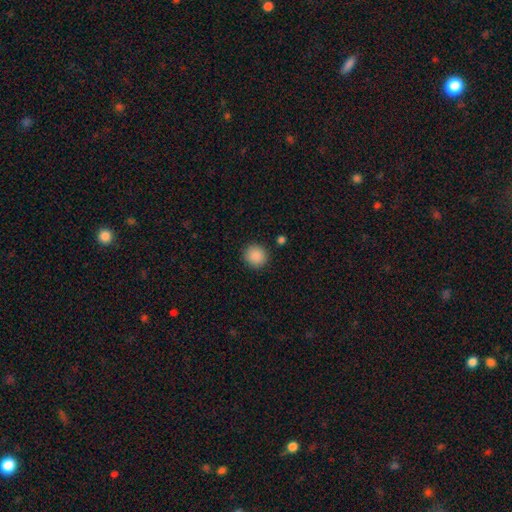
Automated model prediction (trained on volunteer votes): A smooth galaxy with no disk features (89%) that is round (93%).

Vote fractions:
- Smooth or featured? smooth: 89% / star or artifact: 8% / featured or disk: 3%
- How rounded? round: 93% / in between: 6% / cigar-shaped: 1%
- Merging? none: 91% / minor disturbance: 5% / major disturbance: 2% / merger: 2%